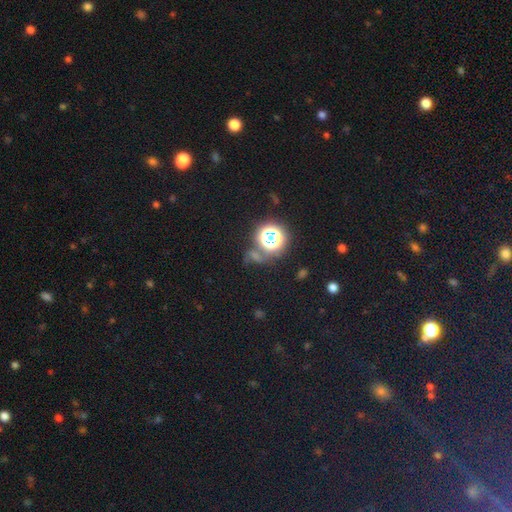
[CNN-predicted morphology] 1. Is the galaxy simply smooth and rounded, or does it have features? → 60% star or artifact, 29% smooth, 11% featured or disk.